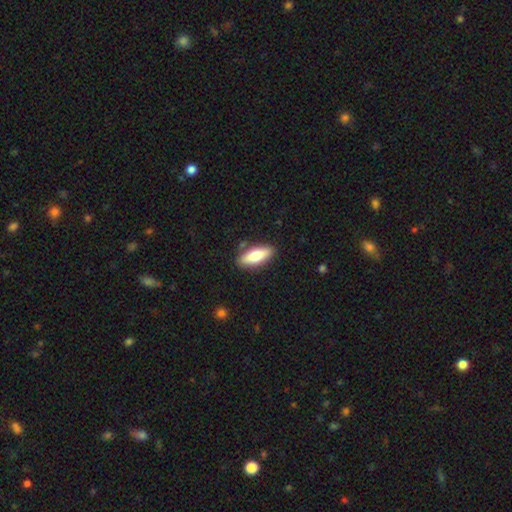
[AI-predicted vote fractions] A smooth galaxy with no disk features (69%) that is in between round and cigar-shaped (66%).

Vote fractions:
- Smooth or featured? smooth: 69% / featured or disk: 26% / star or artifact: 6%
- How rounded? in between: 66% / cigar-shaped: 32% / round: 2%
- Merging? none: 85% / minor disturbance: 10% / merger: 2% / major disturbance: 2%